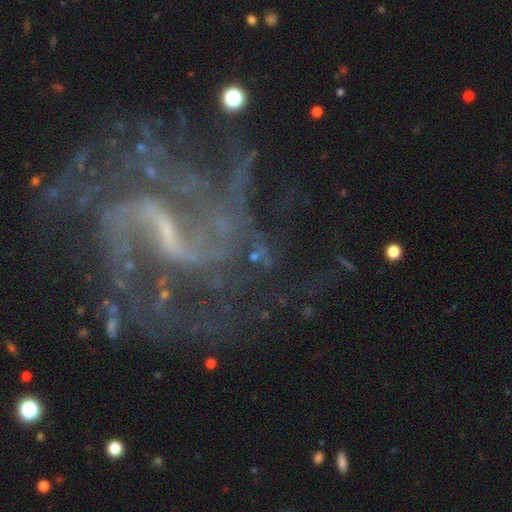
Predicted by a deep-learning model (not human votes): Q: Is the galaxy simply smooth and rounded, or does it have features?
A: featured or disk — 85%.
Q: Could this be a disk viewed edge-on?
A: no — 97%.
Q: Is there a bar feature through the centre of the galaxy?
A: strong — 49%.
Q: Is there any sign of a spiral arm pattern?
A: yes — 95%.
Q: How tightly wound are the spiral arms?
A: medium — 44%.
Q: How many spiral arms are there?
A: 2 — 62%.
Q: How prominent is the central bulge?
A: small — 58%.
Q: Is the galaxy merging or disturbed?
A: none — 54%.